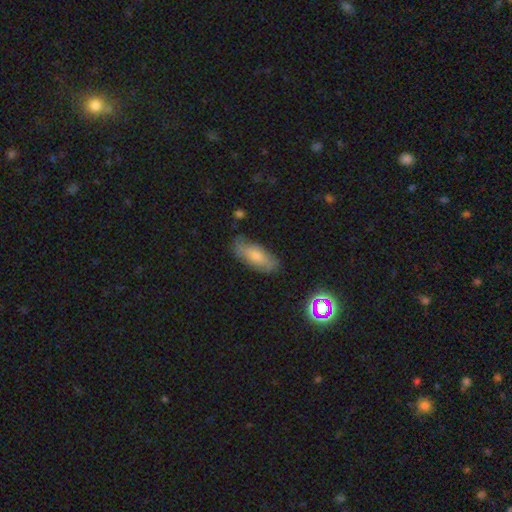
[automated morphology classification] Q: Smooth or featured?
A: smooth (65%); runner-up: featured or disk (24%)
Q: How rounded?
A: in between (77%); runner-up: cigar-shaped (19%)
Q: Merging?
A: none (73%); runner-up: minor disturbance (20%)